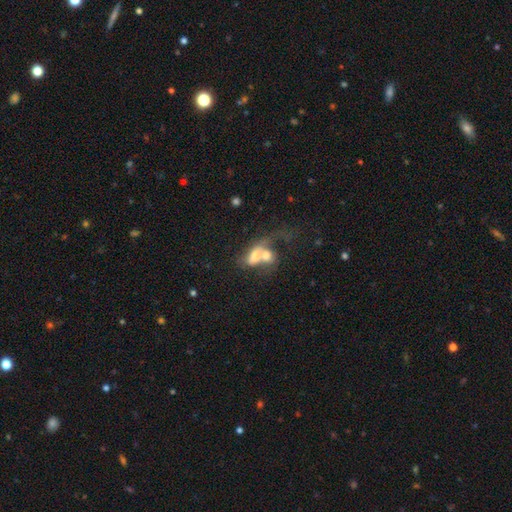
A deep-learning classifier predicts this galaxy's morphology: Smooth or featured: smooth — 56% (featured or disk — 34%)
How rounded: in between — 71% (round — 25%)
Merging: merger — 75% (major disturbance — 12%)